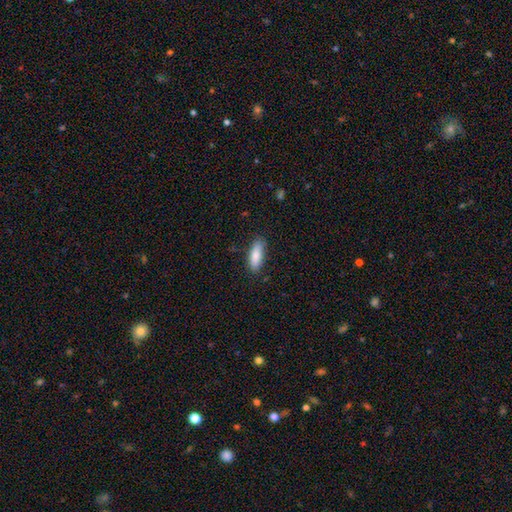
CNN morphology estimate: Q: Smooth or featured?
A: smooth (85%); runner-up: featured or disk (8%)
Q: How rounded?
A: in between (61%); runner-up: cigar-shaped (37%)
Q: Merging?
A: none (81%); runner-up: minor disturbance (15%)